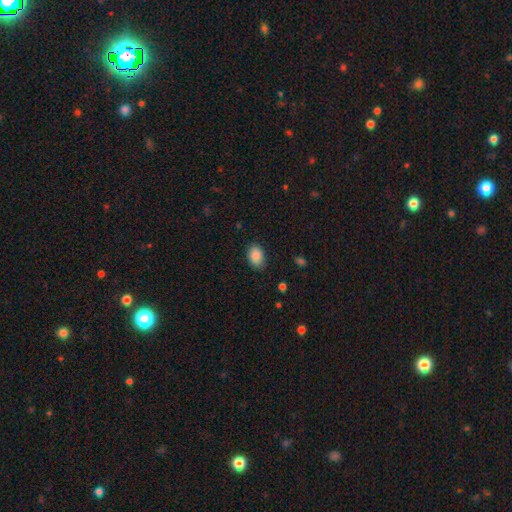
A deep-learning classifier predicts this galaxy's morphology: Smooth or featured? Predicted: smooth (p=0.89). How rounded? Predicted: in between (p=0.81). Merging? Predicted: none (p=0.85).